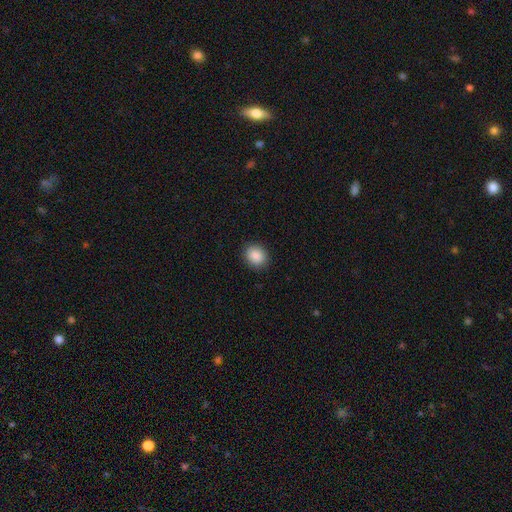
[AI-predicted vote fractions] Smooth or featured? Predicted: smooth (p=0.88). How rounded? Predicted: round (p=0.68). Merging? Predicted: none (p=0.90).